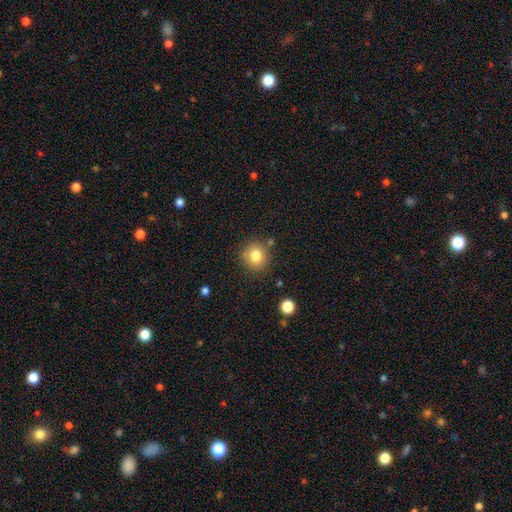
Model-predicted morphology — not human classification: This is clearly a smooth galaxy (80%). How rounded: clearly round (88%). Merging: likely none (79%).